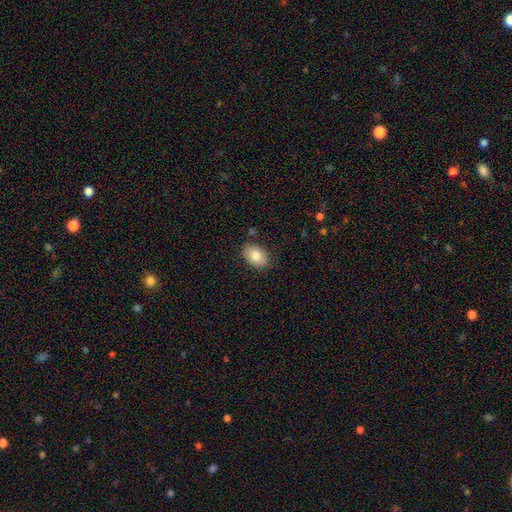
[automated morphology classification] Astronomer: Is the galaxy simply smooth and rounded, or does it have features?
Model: smooth — 82%.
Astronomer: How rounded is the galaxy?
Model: in between — 78%.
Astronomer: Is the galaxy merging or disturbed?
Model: none — 84%.